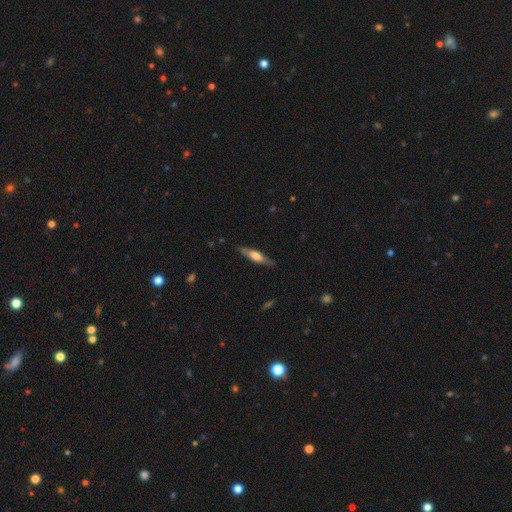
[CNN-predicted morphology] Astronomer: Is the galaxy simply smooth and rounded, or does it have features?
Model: featured or disk — 51% (runner-up: smooth, 44%).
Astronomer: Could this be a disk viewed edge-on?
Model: yes — 89%.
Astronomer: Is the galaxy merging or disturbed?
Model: none — 82%.